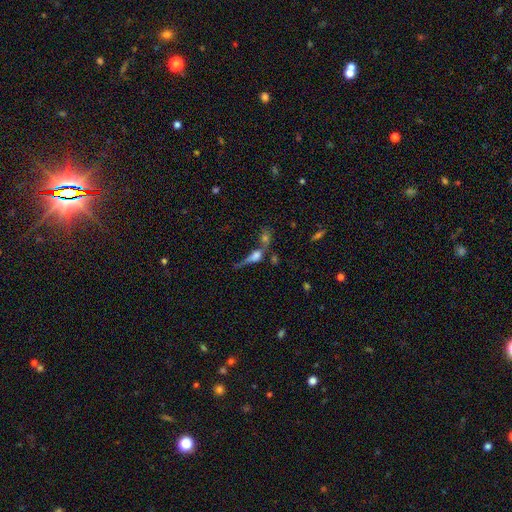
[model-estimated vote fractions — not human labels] Smooth or featured?
  - smooth: 44% *
  - featured or disk: 38%
  - star or artifact: 18%
Merging?
  - merger: 48% *
  - none: 25%
  - major disturbance: 17%
  - minor disturbance: 11%